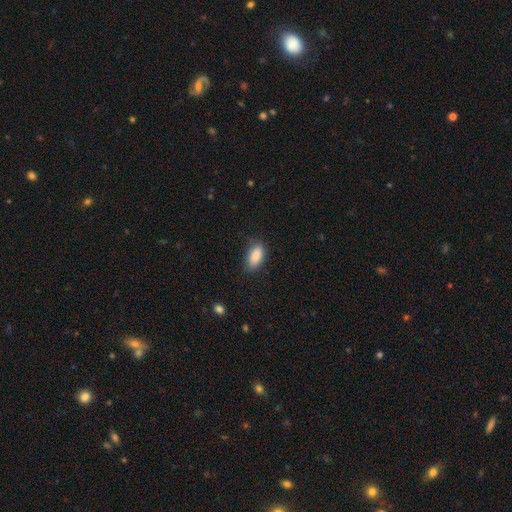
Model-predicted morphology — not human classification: This is clearly a smooth galaxy (87%). How rounded: clearly in between (90%). Merging: clearly none (81%).